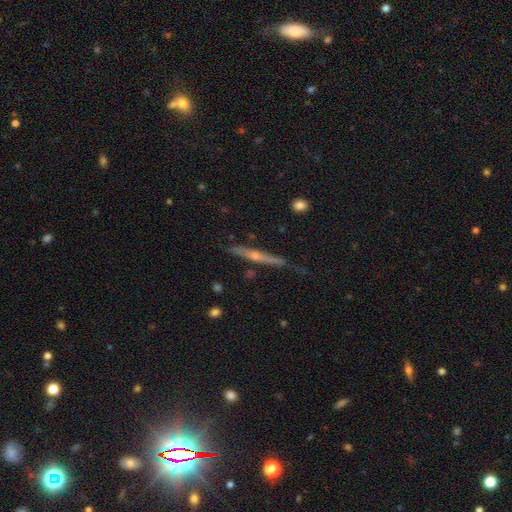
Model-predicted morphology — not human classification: smooth_or_featured: featured or disk (p=0.73) [alt: smooth p=0.20]
disk_edge_on: yes (p=0.97) [alt: no p=0.03]
edge_on_bulge: rounded (p=0.74) [alt: none p=0.21]
merging: none (p=0.79) [alt: minor disturbance p=0.16]